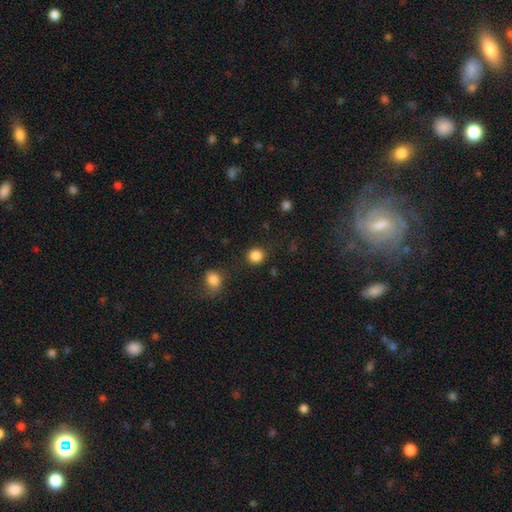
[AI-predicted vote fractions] smooth-or-featured: smooth: 85% | star or artifact: 11% | featured or disk: 4%
  how-rounded: round: 89% | in between: 10% | cigar-shaped: 1%
  merging: none: 85% | minor disturbance: 8% | major disturbance: 4% | merger: 4%